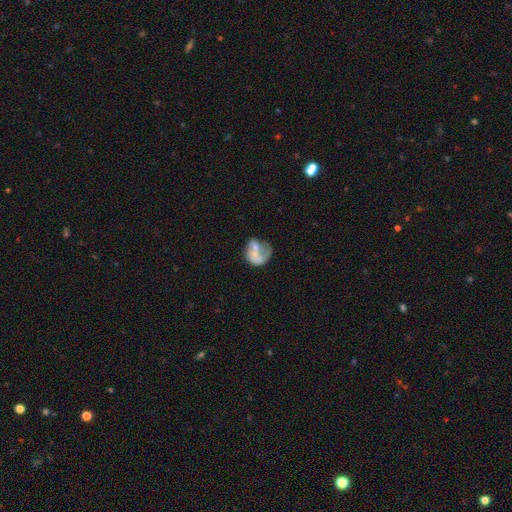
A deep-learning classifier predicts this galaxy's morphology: A smooth galaxy with no disk features (46%, tied with featured or disk).

Vote fractions:
- Smooth or featured? smooth: 46% (tied) / featured or disk: 46% (tied) / star or artifact: 8%
- Merging? merger: 30% / none: 28% / major disturbance: 24% / minor disturbance: 18%